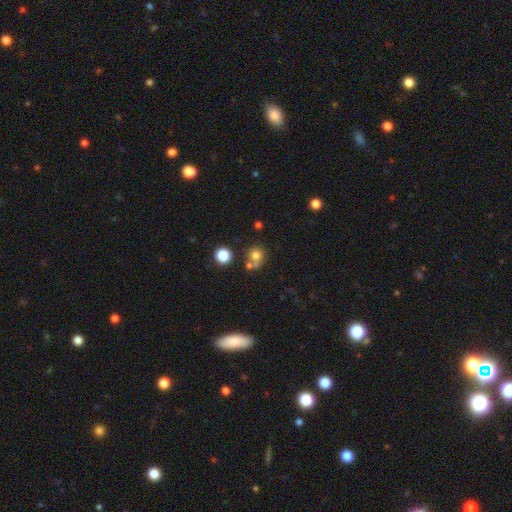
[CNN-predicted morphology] Q: Smooth or featured?
A: smooth (73%); runner-up: star or artifact (15%)
Q: How rounded?
A: round (83%); runner-up: in between (16%)
Q: Merging?
A: none (51%); runner-up: merger (34%)